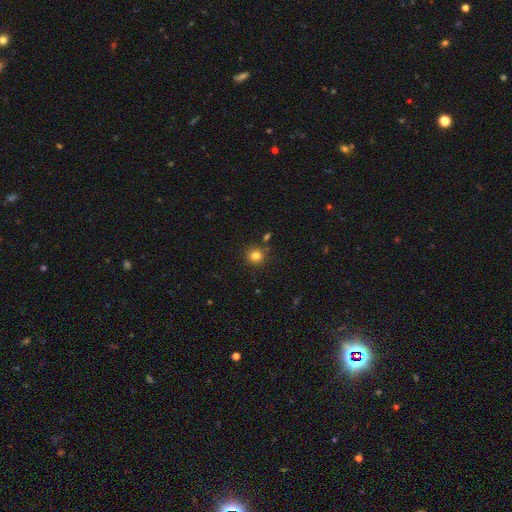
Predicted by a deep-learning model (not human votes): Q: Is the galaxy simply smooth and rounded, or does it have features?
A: smooth — 81%.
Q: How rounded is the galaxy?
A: round — 90%.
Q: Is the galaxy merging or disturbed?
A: none — 85%.